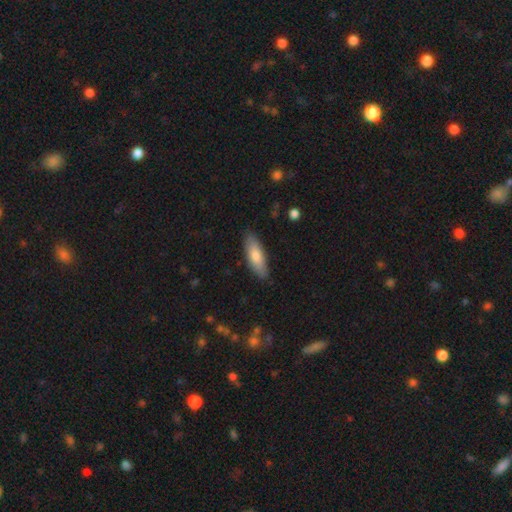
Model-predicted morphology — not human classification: The model was most divided on "how rounded": in between: 55%, cigar-shaped: 43%, round: 2%. More confident: merging — none (86%); smooth or featured — smooth (76%).